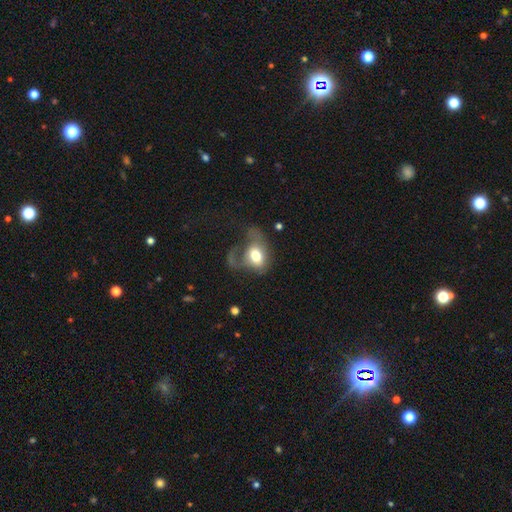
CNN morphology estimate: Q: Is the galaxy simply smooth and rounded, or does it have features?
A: smooth — 63%.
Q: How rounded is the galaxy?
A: in between — 67%.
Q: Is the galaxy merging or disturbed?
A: major disturbance — 58%.